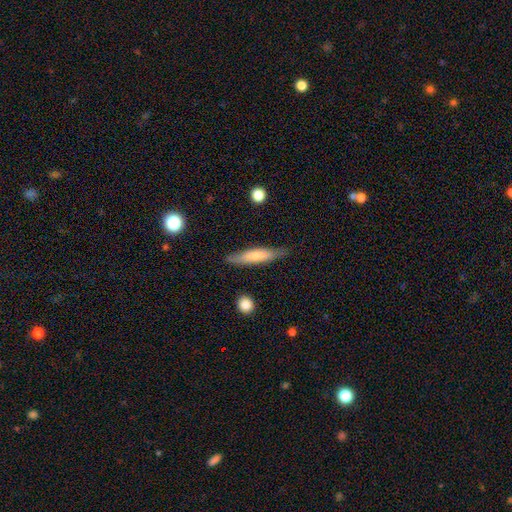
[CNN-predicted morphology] A smooth galaxy with no disk features (64%) that is cigar-shaped (83%). Merging: none (81%).